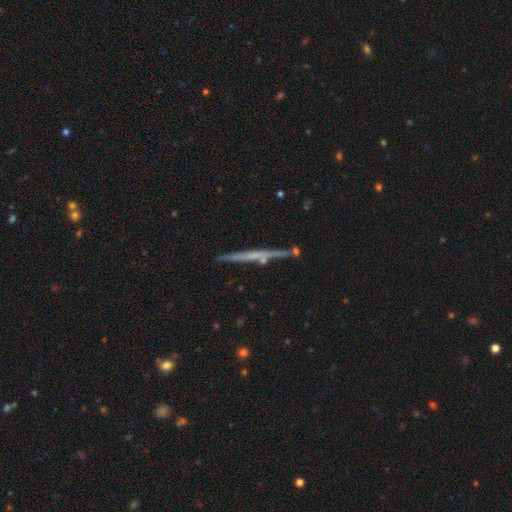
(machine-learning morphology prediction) Overall: featured or disk (65%; smooth 28%). Edge-on disk: yes (97%). Edge-on bulge: none (74%). Merging: none (84%).